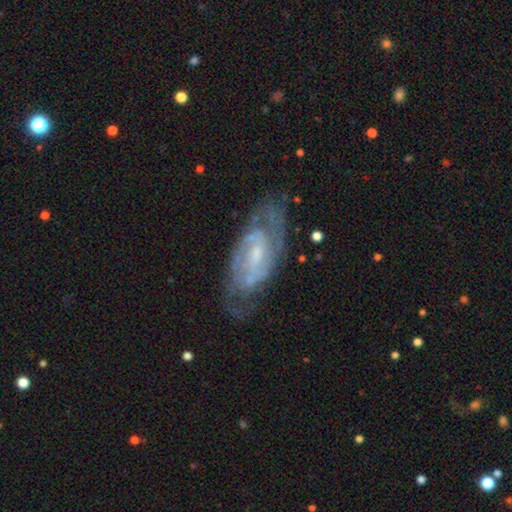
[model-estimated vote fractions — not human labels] Q: Smooth or featured?
A: featured or disk (84%); runner-up: smooth (10%)
Q: Edge-on disk?
A: no (94%); runner-up: yes (6%)
Q: Bar?
A: weak (54%); runner-up: no (33%)
Q: Spiral arms?
A: yes (92%); runner-up: no (8%)
Q: Spiral winding?
A: tight (46%); runner-up: medium (43%)
Q: Spiral arm count?
A: 2 (62%); runner-up: can't tell (23%)
Q: Bulge size?
A: small (56%); runner-up: moderate (31%)
Q: Merging?
A: none (68%); runner-up: minor disturbance (20%)